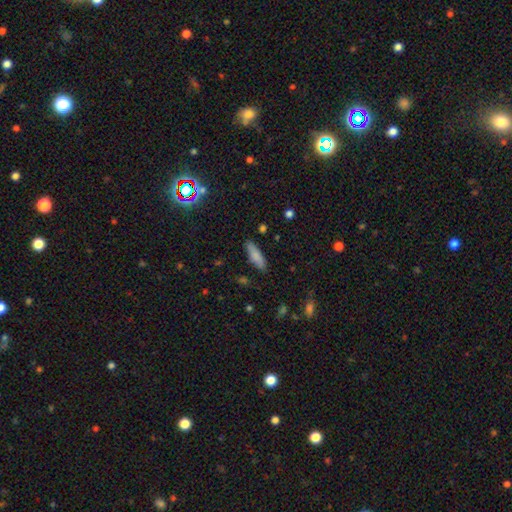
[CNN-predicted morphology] Smooth or featured: smooth — 81% (featured or disk — 12%)
How rounded: cigar-shaped — 51% (in between — 47%)
Merging: none — 84% (minor disturbance — 12%)